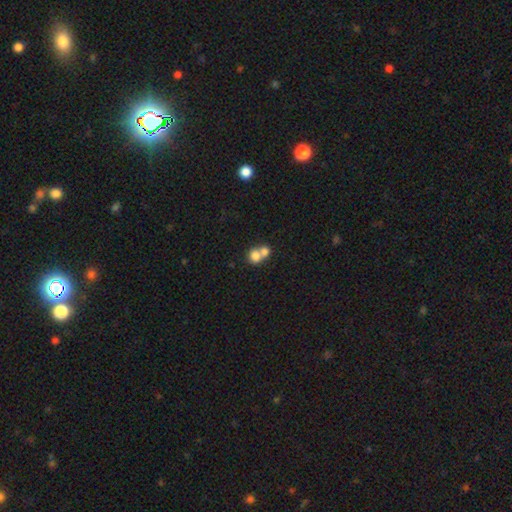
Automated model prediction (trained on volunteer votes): smooth 77%, featured or disk 13%, star or artifact 10%. Down the decision tree: how rounded — round (71%); merging — merger (65%).